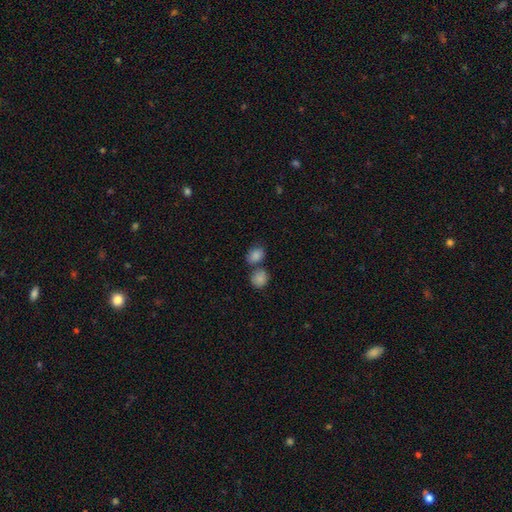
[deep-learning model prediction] A smooth galaxy with no disk features (82%) that is in between round and cigar-shaped (51%).

Vote fractions:
- Smooth or featured? smooth: 82% / star or artifact: 11% / featured or disk: 7%
- How rounded? in between: 51% / round: 48% / cigar-shaped: 1%
- Merging? none: 50% / merger: 35% / minor disturbance: 11% / major disturbance: 4%